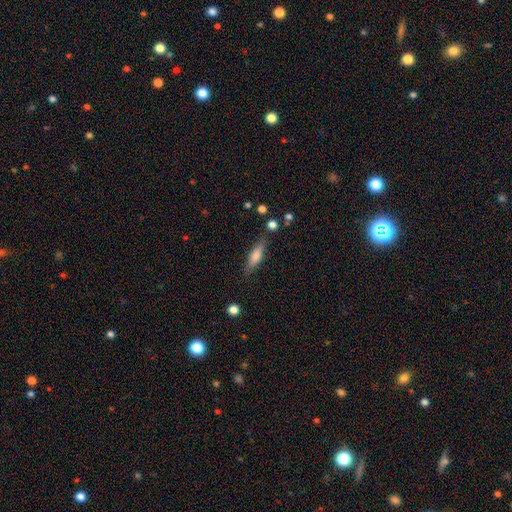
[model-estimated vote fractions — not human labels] smooth 69%, featured or disk 24%, star or artifact 7%. Down the decision tree: how rounded — cigar-shaped (61%); merging — none (80%).